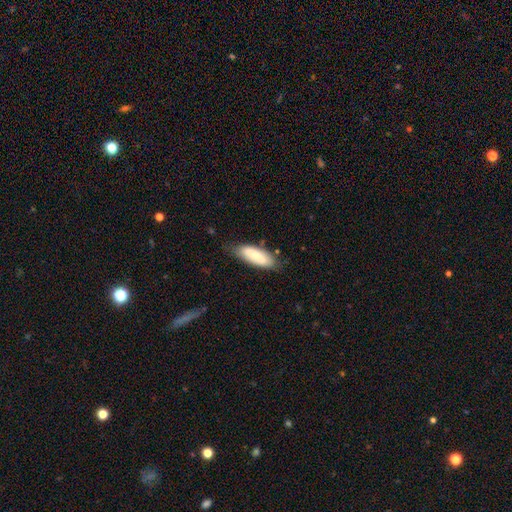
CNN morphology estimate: smooth 76%, featured or disk 17%, star or artifact 6%. Down the decision tree: how rounded — in between (71%); merging — none (71%).